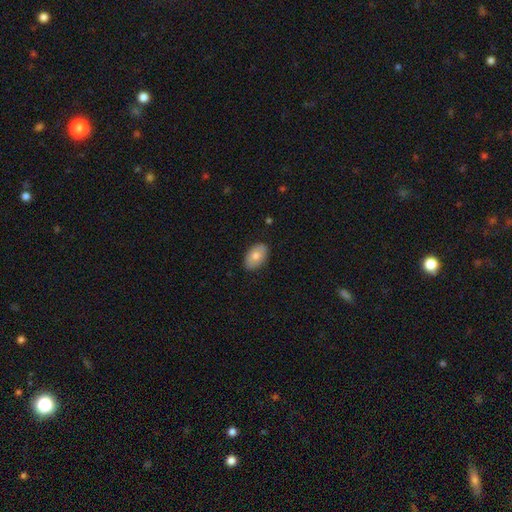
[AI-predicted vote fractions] smooth-or-featured: smooth: 74% | featured or disk: 20% | star or artifact: 6%
  how-rounded: in between: 90% | round: 9% | cigar-shaped: 1%
  merging: none: 86% | minor disturbance: 11% | major disturbance: 2% | merger: 1%